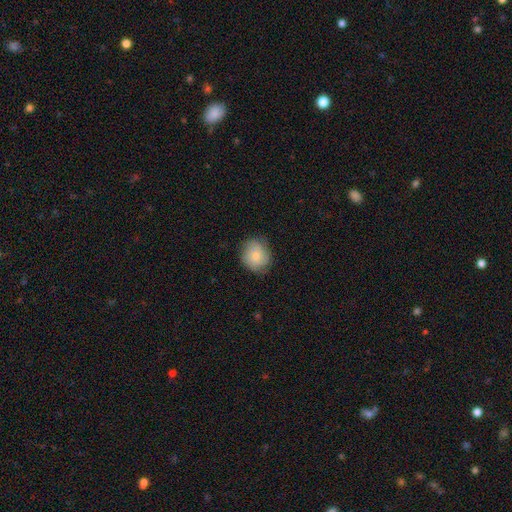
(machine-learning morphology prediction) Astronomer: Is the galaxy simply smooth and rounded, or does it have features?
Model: smooth — 66%.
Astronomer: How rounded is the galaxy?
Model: round — 80%.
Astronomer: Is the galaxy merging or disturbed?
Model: none — 74%.